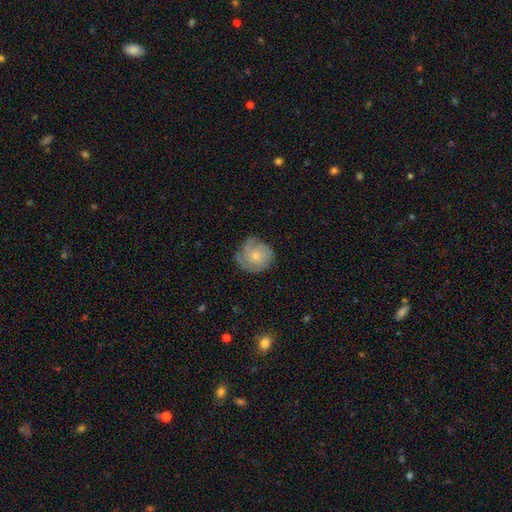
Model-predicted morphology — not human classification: Smooth or featured? Predicted: featured or disk (p=0.67). Edge-on disk? Predicted: no (p=0.98). Bar? Predicted: no (p=0.80). Spiral arms? Predicted: yes (p=0.91). Spiral winding? Predicted: tight (p=0.60). Spiral arm count? Predicted: 3 (p=0.35). Bulge size? Predicted: small (p=0.62). Merging? Predicted: none (p=0.70).